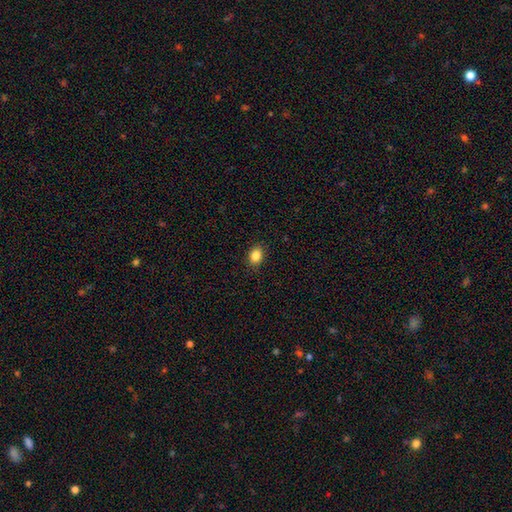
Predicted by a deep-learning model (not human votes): Overall: smooth (85%). How rounded: in between (68%; round 30%). Merging: none (88%).